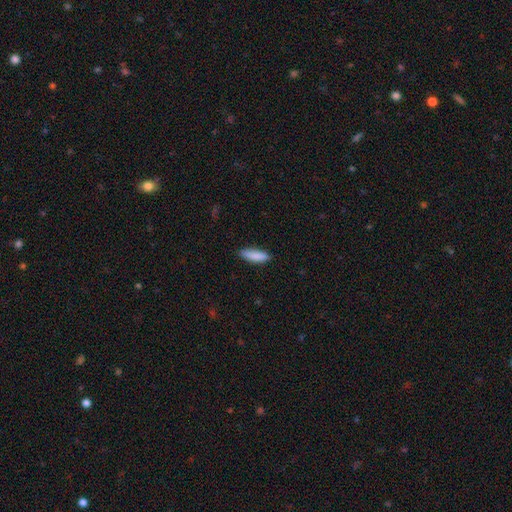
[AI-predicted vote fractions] This appears to be a smooth galaxy with no disk features (87%) that is cigar-shaped (61%). Merging: none (85%).